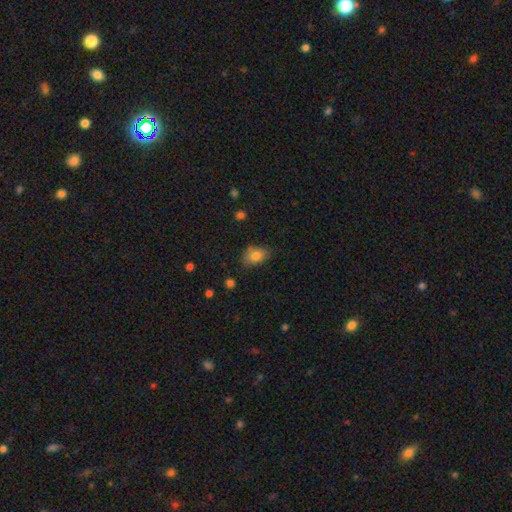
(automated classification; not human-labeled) This is clearly a smooth galaxy (82%). How rounded: clearly in between (82%). Merging: likely none (69%).